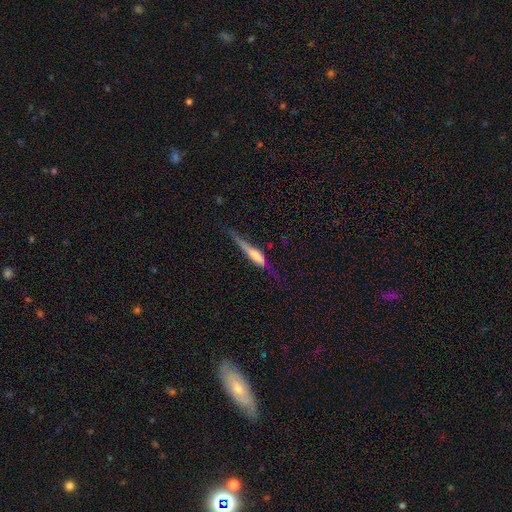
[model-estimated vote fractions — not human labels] Smooth or featured?
  - featured or disk: 57% *
  - smooth: 36%
  - star or artifact: 7%
Edge-on disk?
  - yes: 88% *
  - no: 12%
Edge-on bulge?
  - rounded: 44% *
  - boxy: 41%
  - none: 15%
Merging?
  - none: 49% *
  - minor disturbance: 28%
  - major disturbance: 20%
  - merger: 3%